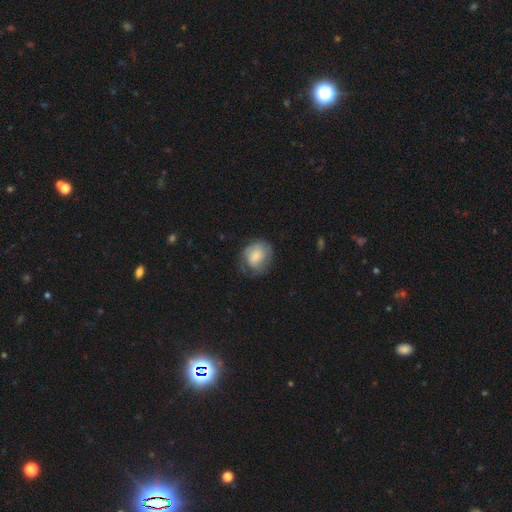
Smooth or featured?
  - smooth: 69% *
  - featured or disk: 23%
  - star or artifact: 8%
How rounded?
  - round: 67% *
  - in between: 33%
  - cigar-shaped: 0%
Merging?
  - none: 47% *
  - minor disturbance: 39%
  - major disturbance: 14%
  - merger: 0%